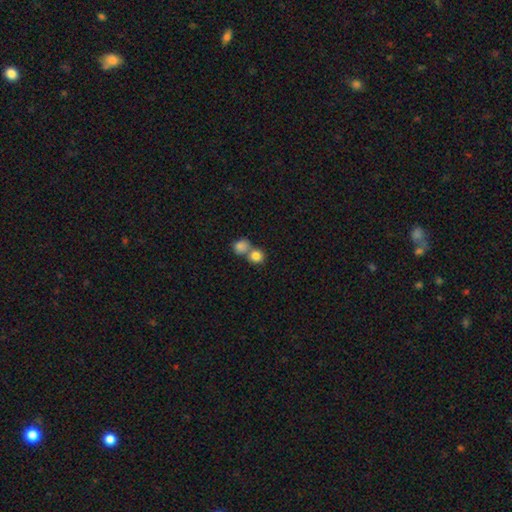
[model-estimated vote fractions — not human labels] This appears to be a smooth galaxy with no disk features (84%) that is round (85%). Merging: merger (50%).